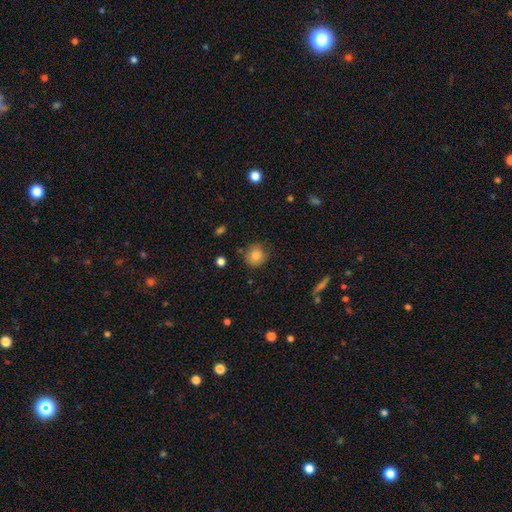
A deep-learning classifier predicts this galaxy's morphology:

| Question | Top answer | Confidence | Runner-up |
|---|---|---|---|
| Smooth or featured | smooth | 84% | star or artifact (10%) |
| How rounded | round | 88% | in between (11%) |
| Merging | none | 78% | minor disturbance (16%) |